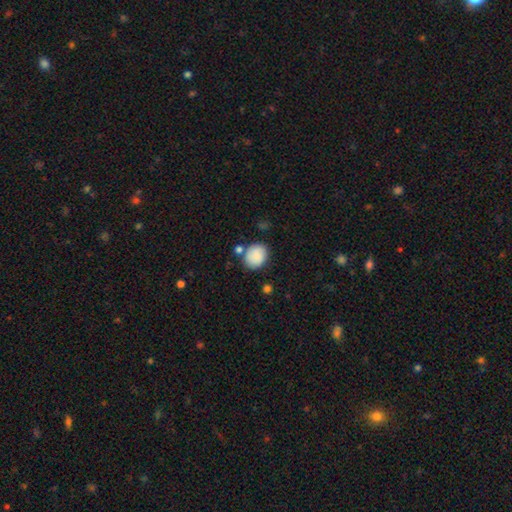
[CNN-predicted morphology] Overall: smooth (86%). How rounded: round (66%; in between 33%). Merging: none (72%).